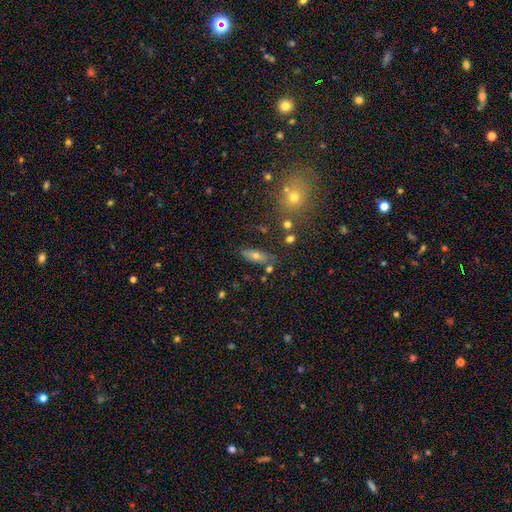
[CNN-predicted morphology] This is possibly a smooth galaxy (58%). How rounded: likely in between (67%). Merging: likely none (75%).